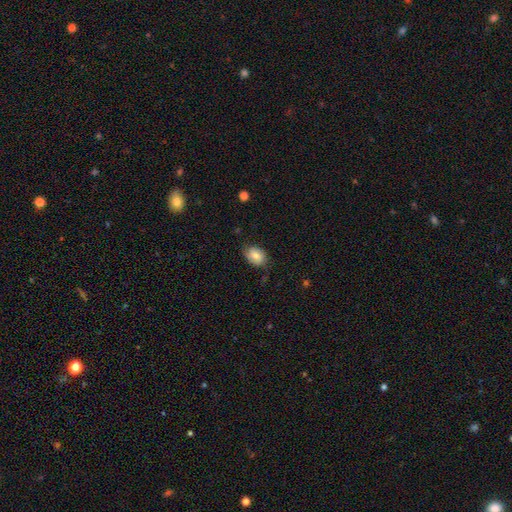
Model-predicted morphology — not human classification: The model was most divided on "merging": none: 70%, minor disturbance: 24%, major disturbance: 5%, merger: 1%. More confident: smooth or featured — smooth (77%); how rounded — in between (76%).